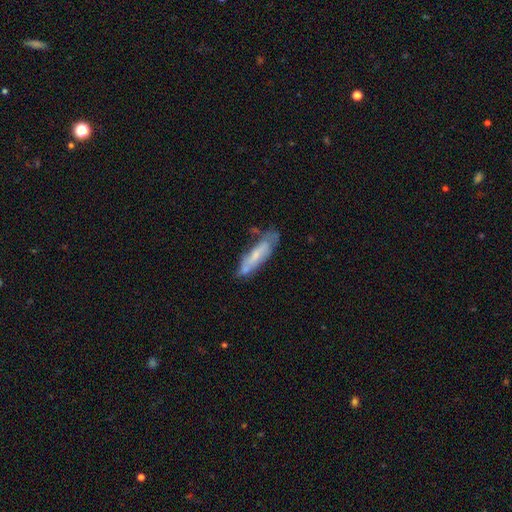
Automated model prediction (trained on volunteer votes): This appears to be a featured or disk galaxy (49%). Merging: none (57%).